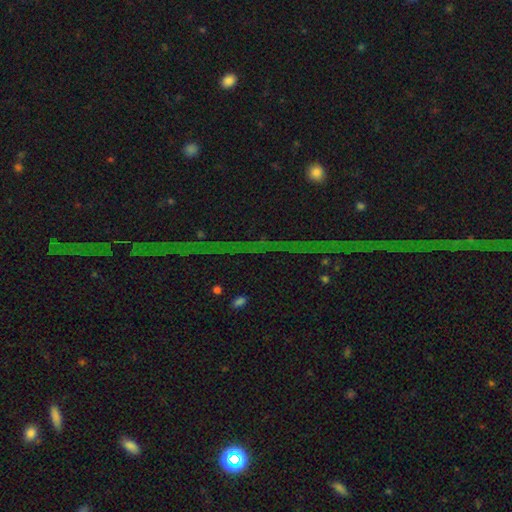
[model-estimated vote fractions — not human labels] Smooth or featured? Predicted: star or artifact (p=0.77).